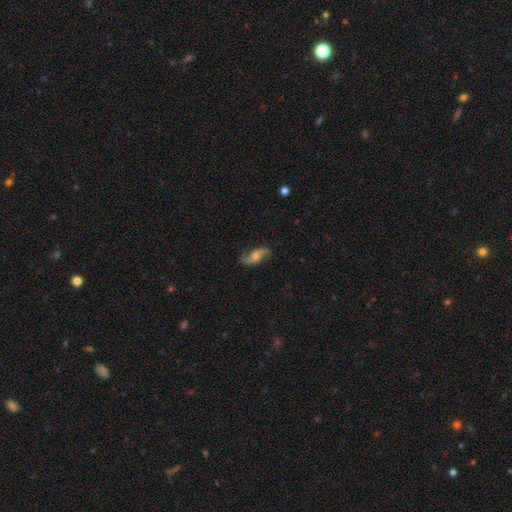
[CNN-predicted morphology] type=featured or disk (73%); edge-on=no (90%); bar=no (57%); spiral arms=yes (93%); winding=loose (72%); arm count=2 (91%); bulge=moderate (48%); merging=none (77%).